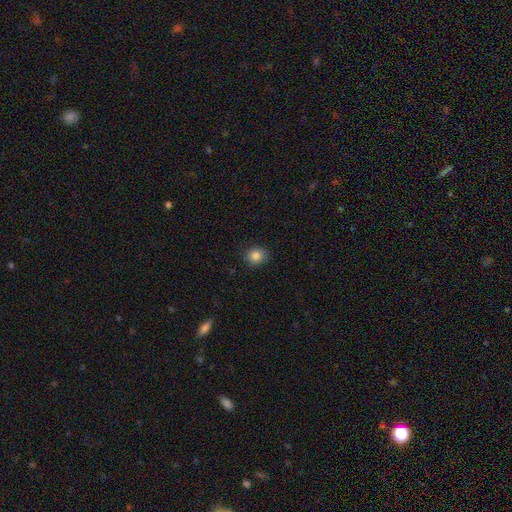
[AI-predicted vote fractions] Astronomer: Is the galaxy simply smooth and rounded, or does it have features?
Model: smooth — 85%.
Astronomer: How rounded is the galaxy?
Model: round — 71%.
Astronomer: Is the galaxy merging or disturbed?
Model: none — 88%.